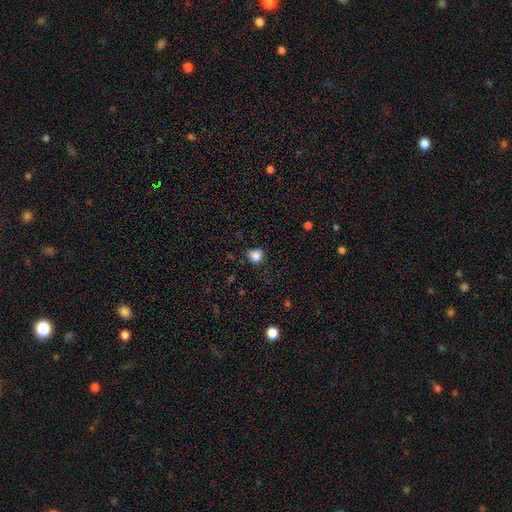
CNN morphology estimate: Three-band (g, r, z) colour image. It shows a smooth galaxy with no disk features (85%) that is round (83%). Merging: none (80%).